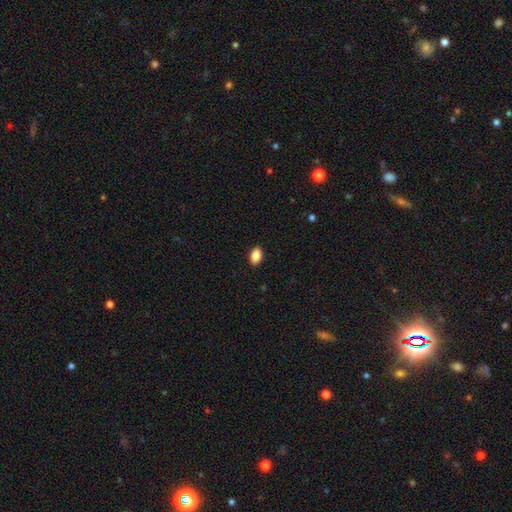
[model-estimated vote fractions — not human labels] Morphology: type=smooth (87%); roundness=in between (90%); merging=none (90%).